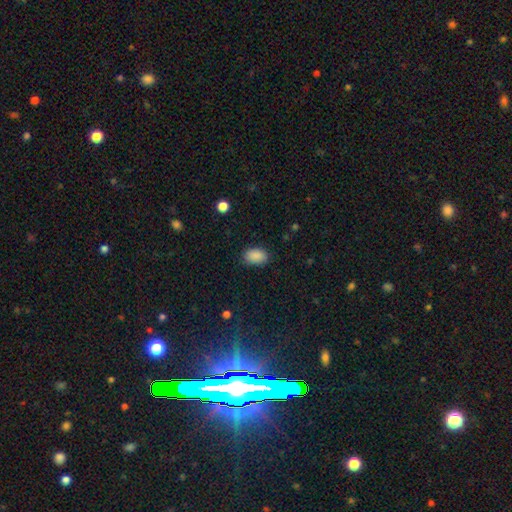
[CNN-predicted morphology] The model was most divided on "merging": none: 85%, minor disturbance: 11%, major disturbance: 3%, merger: 1%. More confident: smooth or featured — smooth (89%); how rounded — in between (87%).